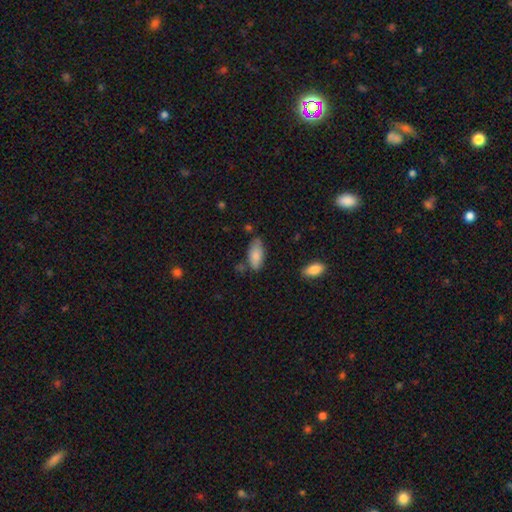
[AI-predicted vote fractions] smooth_or_featured: smooth (p=0.84) [alt: featured or disk p=0.09]
how_rounded: in between (p=0.86) [alt: cigar-shaped p=0.11]
merging: none (p=0.66) [alt: minor disturbance p=0.24]